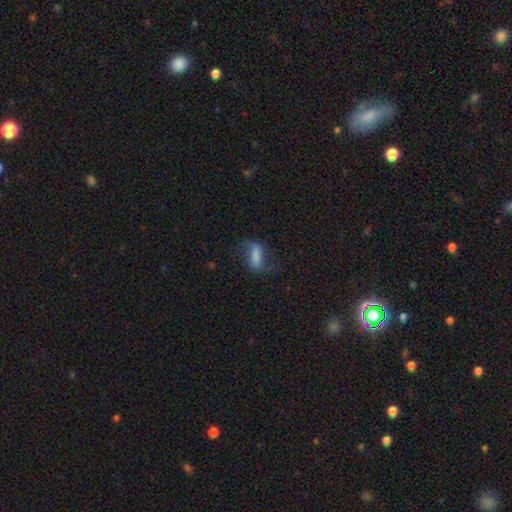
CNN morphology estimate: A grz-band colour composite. It shows a smooth galaxy with no disk features (59%) that is in between round and cigar-shaped (66%). Merging: none (59%).